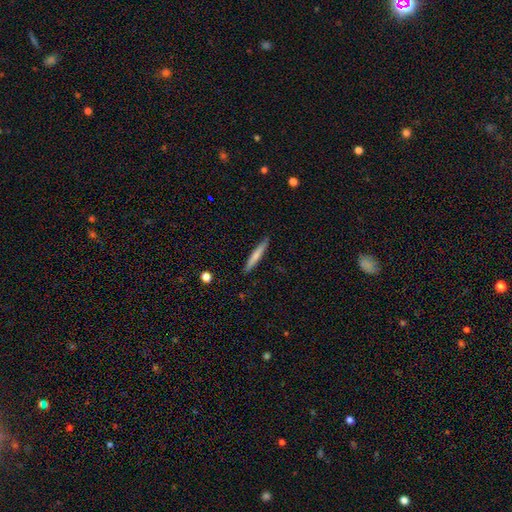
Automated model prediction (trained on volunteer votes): A smooth galaxy with no disk features (70%) that is cigar-shaped (95%). Merging: none (90%).